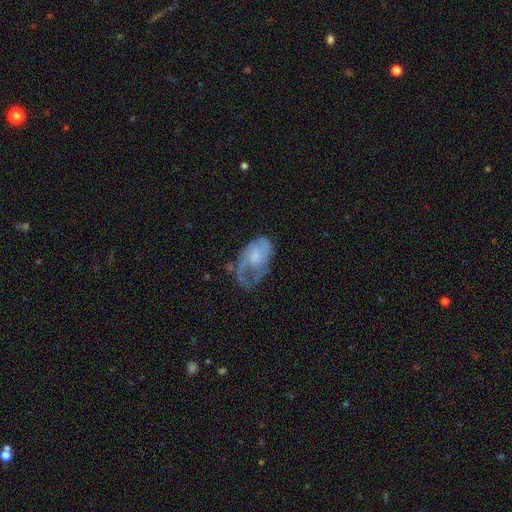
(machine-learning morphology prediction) This is likely a featured or disk galaxy (63%). It is clearly not viewed edge-on (96%). Bar: likely no (71%). Spiral arm pattern: likely yes (72%). Central bulge: marginally small (37%). Merging: marginally none (37%).